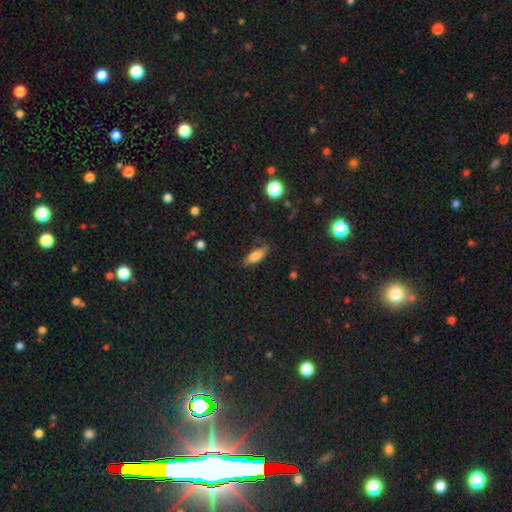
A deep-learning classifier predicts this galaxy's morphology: This is likely a smooth galaxy (78%). How rounded: likely in between (67%). Merging: likely none (80%).